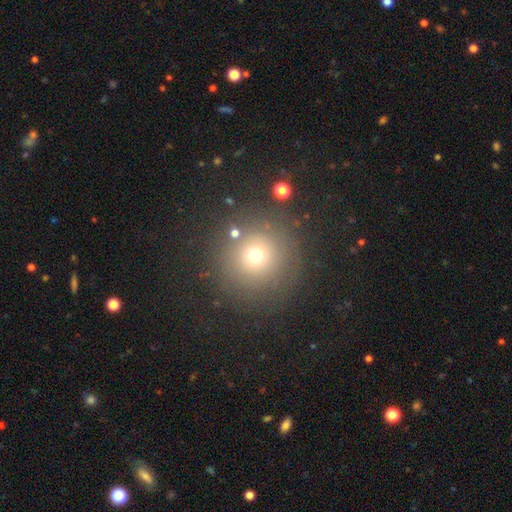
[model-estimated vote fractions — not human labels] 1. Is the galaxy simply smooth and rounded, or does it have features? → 69% smooth, 20% star or artifact, 11% featured or disk.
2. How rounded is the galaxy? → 95% round, 4% in between, 1% cigar-shaped.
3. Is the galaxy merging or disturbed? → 84% none, 8% minor disturbance, 5% major disturbance, 3% merger.